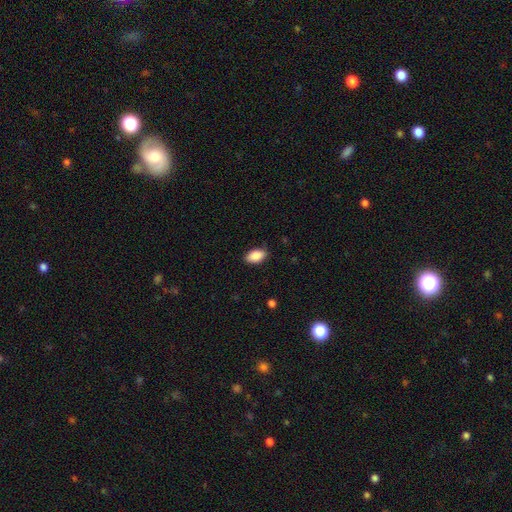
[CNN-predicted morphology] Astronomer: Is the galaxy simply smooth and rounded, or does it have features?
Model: smooth — 89%.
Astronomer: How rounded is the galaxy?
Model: in between — 93%.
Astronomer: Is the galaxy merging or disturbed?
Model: none — 86%.